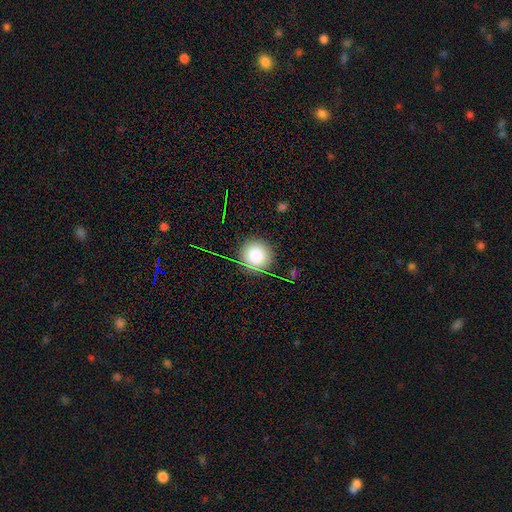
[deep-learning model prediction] Morphology: type=smooth (79%); roundness=round (95%); merging=none (87%).